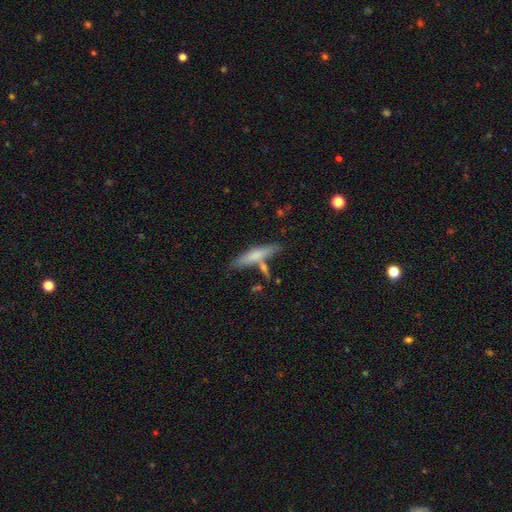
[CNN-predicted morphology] This is likely a smooth galaxy (65%). How rounded: clearly cigar-shaped (85%). Merging: likely none (67%).